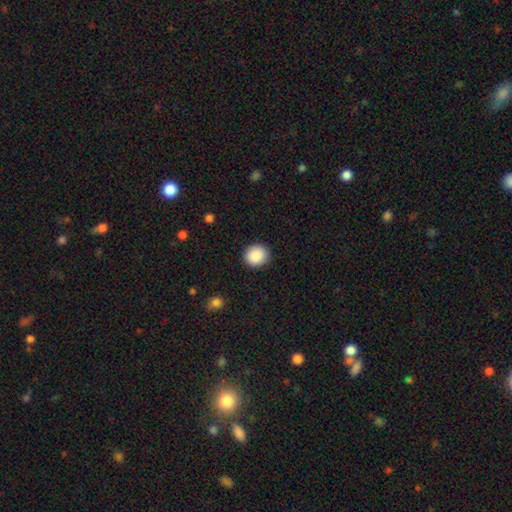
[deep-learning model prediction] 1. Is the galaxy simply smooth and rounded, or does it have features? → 89% smooth, 8% star or artifact, 3% featured or disk.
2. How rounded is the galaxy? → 85% round, 15% in between, 1% cigar-shaped.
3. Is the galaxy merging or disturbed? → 90% none, 7% minor disturbance, 2% major disturbance, 1% merger.